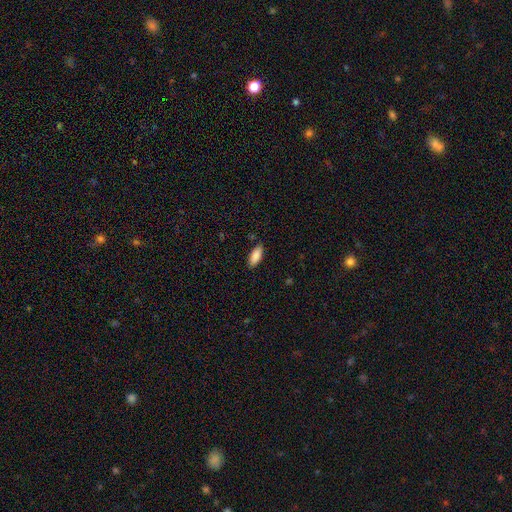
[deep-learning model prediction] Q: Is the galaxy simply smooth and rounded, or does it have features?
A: smooth — 89%.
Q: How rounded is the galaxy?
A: in between — 79%.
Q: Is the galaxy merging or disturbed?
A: none — 86%.